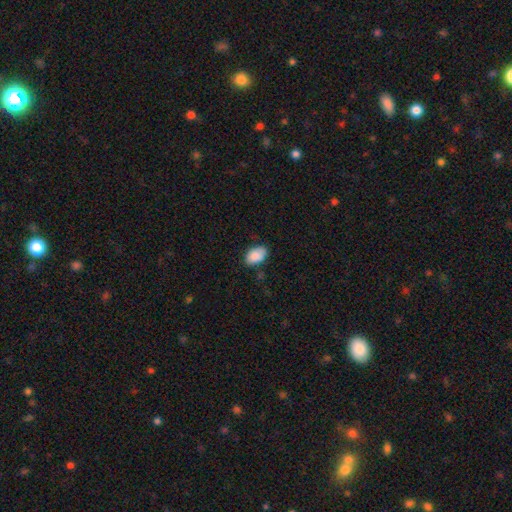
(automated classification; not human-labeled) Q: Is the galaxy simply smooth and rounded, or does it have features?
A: smooth — 88%.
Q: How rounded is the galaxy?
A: in between — 90%.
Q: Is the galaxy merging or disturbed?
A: none — 73%.